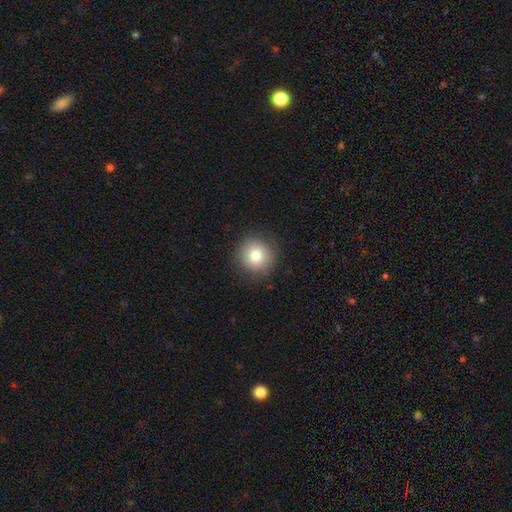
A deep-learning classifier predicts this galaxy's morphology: type=smooth (79%); roundness=round (93%); merging=none (88%).